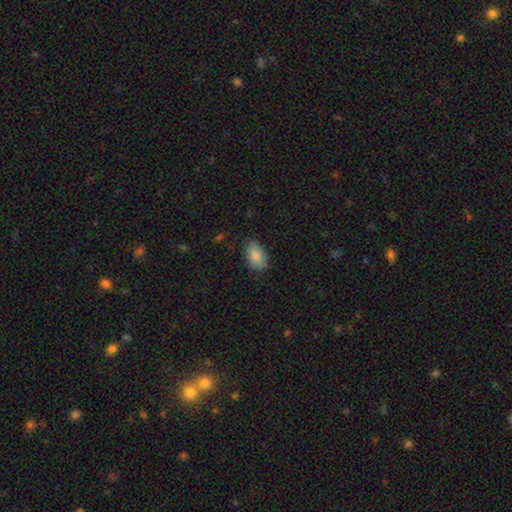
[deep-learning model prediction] Overall: smooth (88%). How rounded: in between (91%). Merging: none (79%).